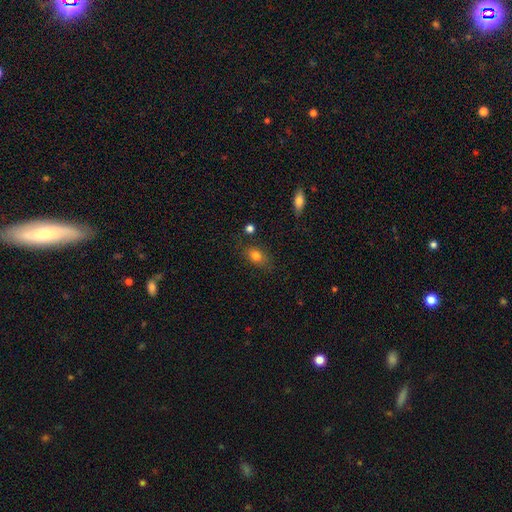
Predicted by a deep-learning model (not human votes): This appears to be a smooth galaxy with no disk features (80%) that is in between round and cigar-shaped (75%). Merging: none (74%).